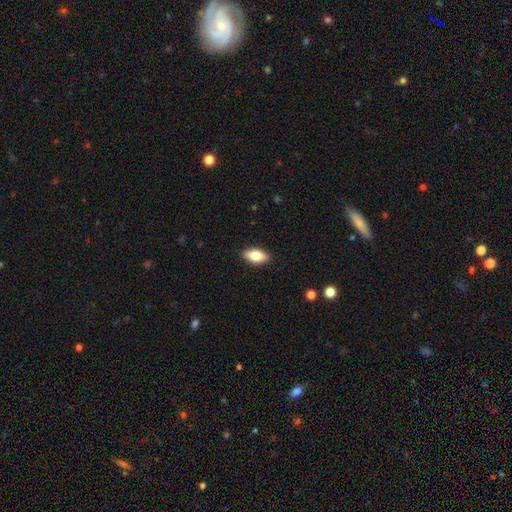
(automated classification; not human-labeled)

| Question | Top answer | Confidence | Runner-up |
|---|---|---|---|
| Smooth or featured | smooth | 77% | featured or disk (17%) |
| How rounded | in between | 88% | cigar-shaped (8%) |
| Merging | none | 89% | minor disturbance (8%) |